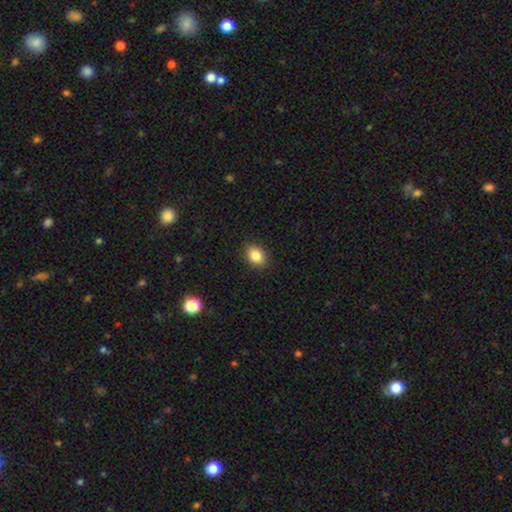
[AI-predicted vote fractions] This is clearly a smooth galaxy (85%). How rounded: likely in between (61%). Merging: clearly none (88%).